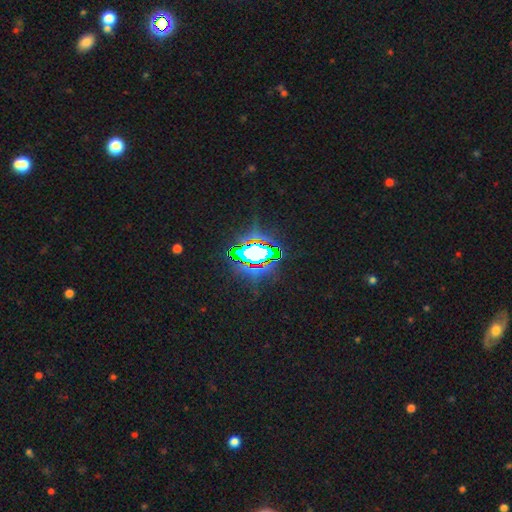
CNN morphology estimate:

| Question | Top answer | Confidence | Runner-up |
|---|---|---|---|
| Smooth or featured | star or artifact | 72% | smooth (15%) |